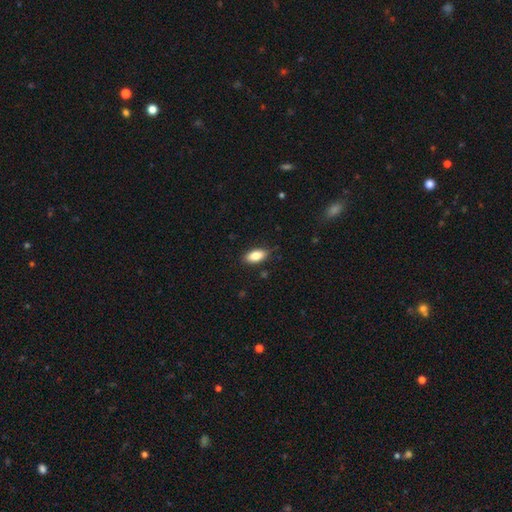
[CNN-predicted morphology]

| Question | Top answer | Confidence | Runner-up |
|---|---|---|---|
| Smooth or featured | smooth | 84% | featured or disk (9%) |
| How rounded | in between | 89% | cigar-shaped (8%) |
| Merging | none | 85% | minor disturbance (11%) |